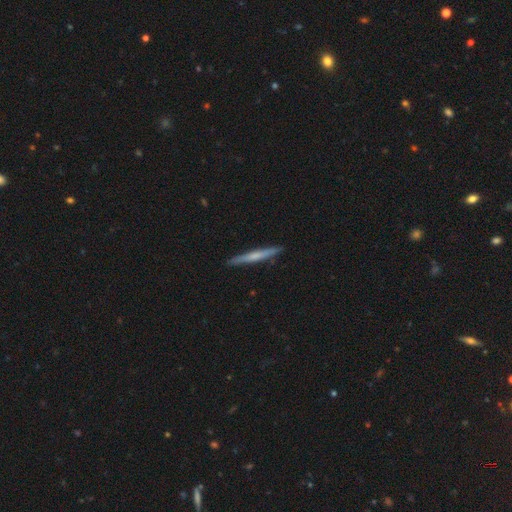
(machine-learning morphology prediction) The model was most divided on "smooth or featured": featured or disk: 48%, smooth: 47%, star or artifact: 5%. More confident: merging — none (90%).